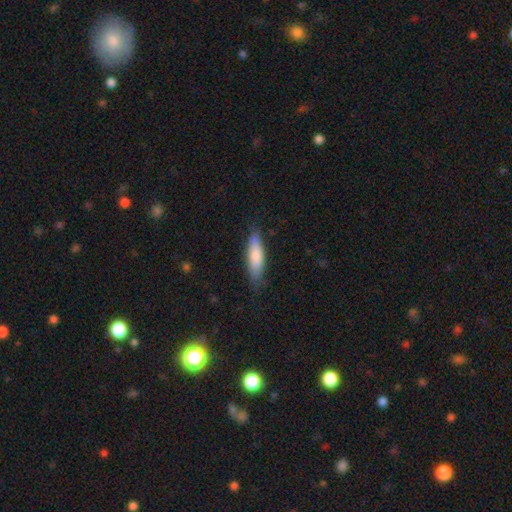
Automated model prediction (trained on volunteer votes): Smooth or featured?
  - smooth: 78% *
  - featured or disk: 17%
  - star or artifact: 6%
How rounded?
  - cigar-shaped: 58% *
  - in between: 40%
  - round: 2%
Merging?
  - none: 77% *
  - minor disturbance: 18%
  - major disturbance: 4%
  - merger: 1%